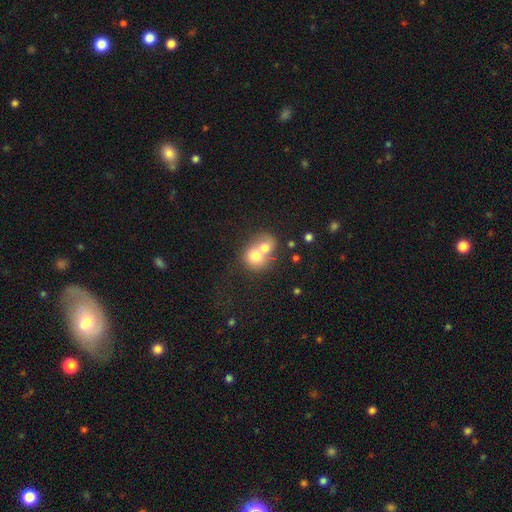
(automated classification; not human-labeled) Smooth or featured?
  - smooth: 69% *
  - featured or disk: 22%
  - star or artifact: 9%
How rounded?
  - round: 69% *
  - in between: 30%
  - cigar-shaped: 1%
Merging?
  - merger: 73% *
  - none: 19%
  - minor disturbance: 5%
  - major disturbance: 3%